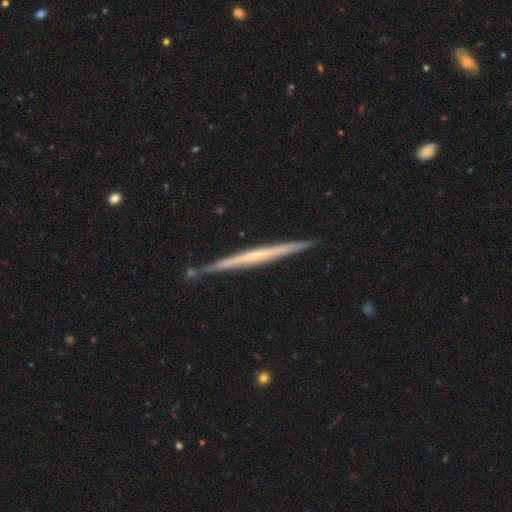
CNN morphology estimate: A featured or disk galaxy (73%) viewed edge-on (98%) with no central bulge (66%). Merging: none (86%).